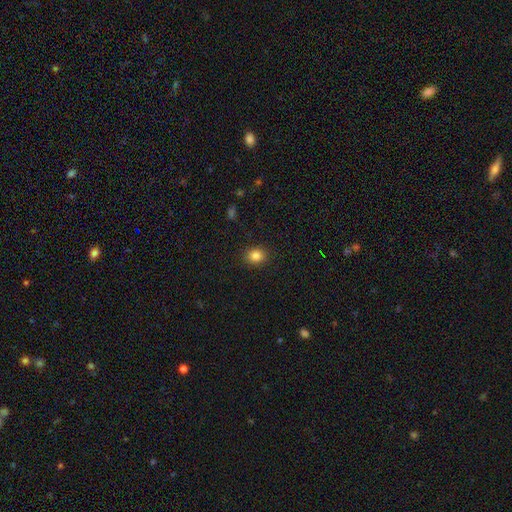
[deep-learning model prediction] Smooth or featured? smooth (84%)
How rounded? round (65%)
Merging? none (89%)